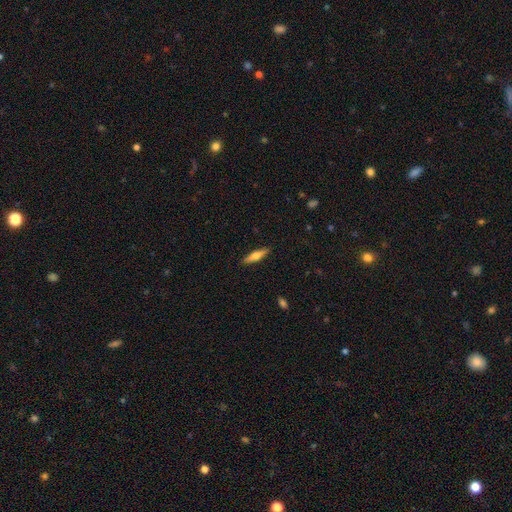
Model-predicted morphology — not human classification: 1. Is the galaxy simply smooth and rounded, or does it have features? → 48% smooth, 46% featured or disk, 6% star or artifact.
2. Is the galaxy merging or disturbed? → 90% none, 8% minor disturbance, 2% major disturbance, 1% merger.